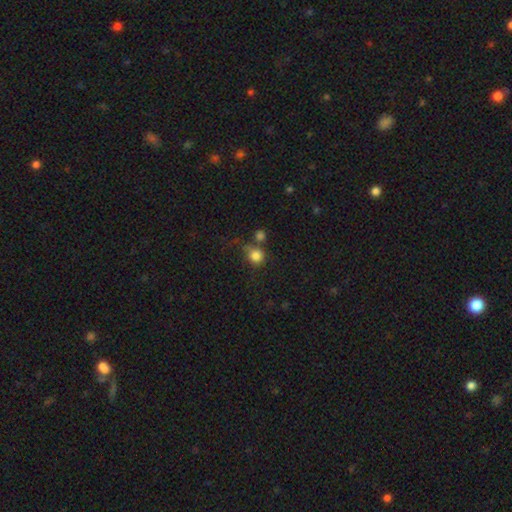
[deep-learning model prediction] Q: Smooth or featured?
A: smooth (83%); runner-up: star or artifact (11%)
Q: How rounded?
A: round (87%); runner-up: in between (12%)
Q: Merging?
A: none (54%); runner-up: merger (21%)